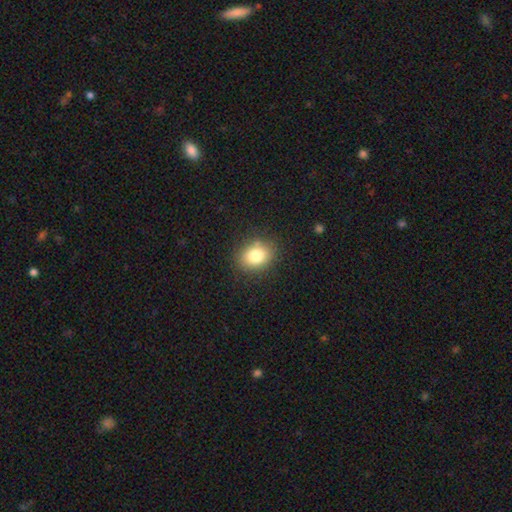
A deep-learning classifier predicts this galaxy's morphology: A smooth galaxy with no disk features (81%) that is in between round and cigar-shaped (54%). Merging: none (84%).